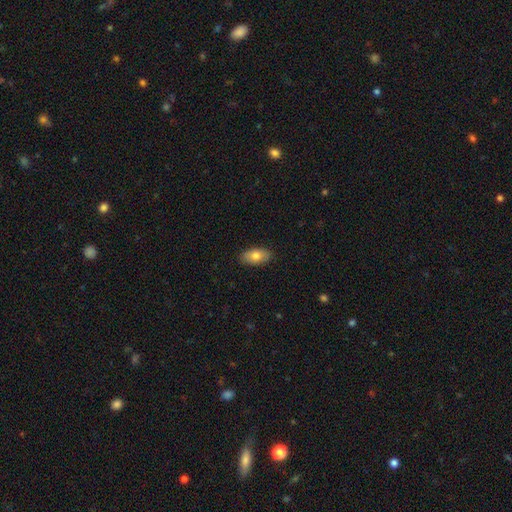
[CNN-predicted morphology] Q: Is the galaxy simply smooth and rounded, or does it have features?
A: smooth — 78%.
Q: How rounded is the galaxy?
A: in between — 92%.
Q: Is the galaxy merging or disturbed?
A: none — 88%.